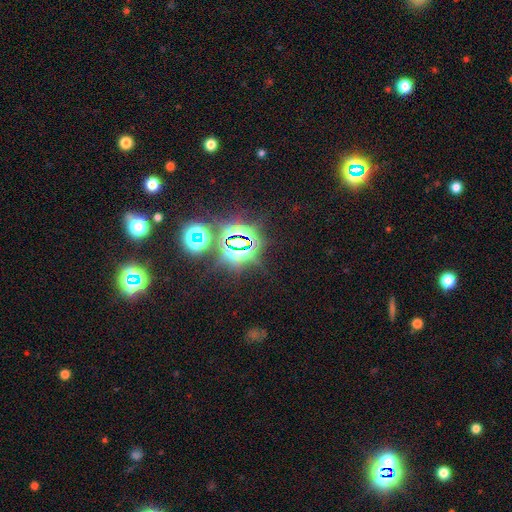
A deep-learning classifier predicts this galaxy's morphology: This is likely a star or artifact rather than a galaxy (75%).